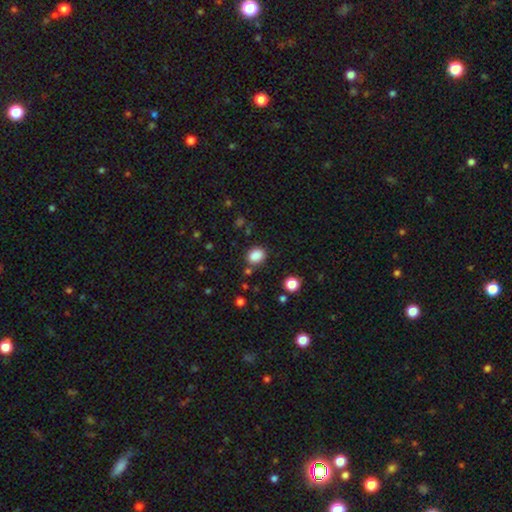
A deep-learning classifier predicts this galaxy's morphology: Smooth or featured: smooth — 86% (star or artifact — 11%)
How rounded: in between — 53% (round — 46%)
Merging: none — 80% (minor disturbance — 12%)